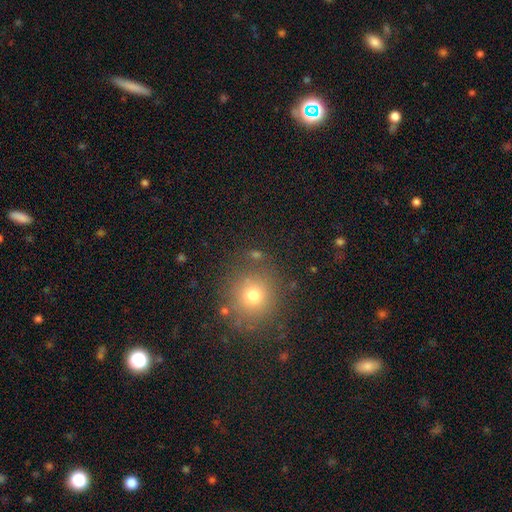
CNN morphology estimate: Overall: smooth (68%). How rounded: round (91%). Merging: none (84%).